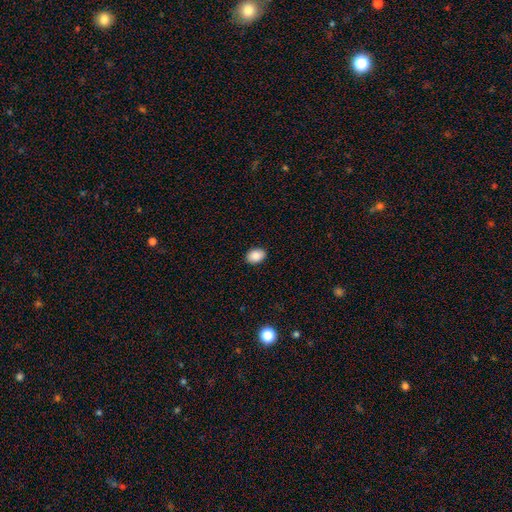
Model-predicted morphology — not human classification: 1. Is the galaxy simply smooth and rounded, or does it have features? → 89% smooth, 8% star or artifact, 4% featured or disk.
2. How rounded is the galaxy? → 78% in between, 21% round, 1% cigar-shaped.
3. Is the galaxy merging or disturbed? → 90% none, 8% minor disturbance, 2% major disturbance, 1% merger.